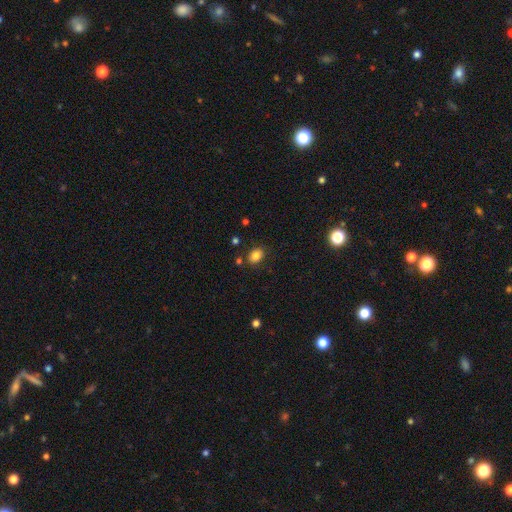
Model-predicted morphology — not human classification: Smooth or featured? Predicted: smooth (p=0.83). How rounded? Predicted: in between (p=0.70). Merging? Predicted: none (p=0.81).